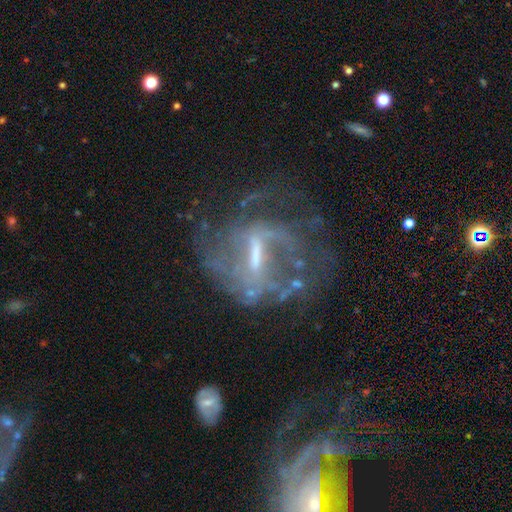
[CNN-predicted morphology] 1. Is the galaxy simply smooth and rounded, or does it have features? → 80% featured or disk, 11% star or artifact, 9% smooth.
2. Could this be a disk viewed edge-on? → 95% no, 5% yes.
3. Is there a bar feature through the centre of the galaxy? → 45% strong, 42% weak, 13% no.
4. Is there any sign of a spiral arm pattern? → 75% yes, 25% no.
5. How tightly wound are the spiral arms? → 42% medium, 32% loose, 27% tight.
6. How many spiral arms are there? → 37% can't tell, 35% 2, 11% 3, 9% 1, 5% 4, 4% more than 4.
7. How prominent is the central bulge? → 42% small, 33% moderate, 21% none, 4% large, 1% dominant.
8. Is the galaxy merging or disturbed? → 46% none, 32% major disturbance, 17% minor disturbance, 5% merger.